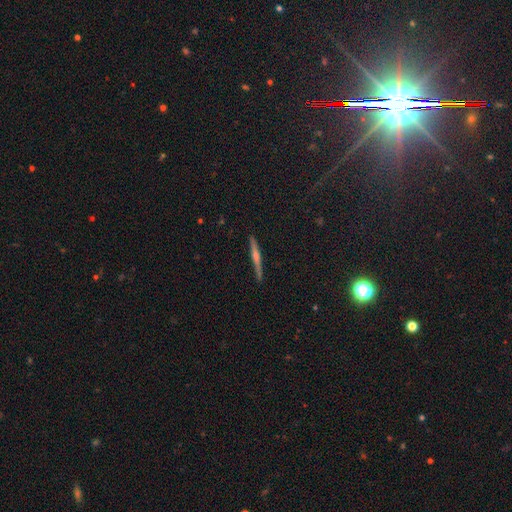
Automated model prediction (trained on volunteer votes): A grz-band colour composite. It shows a featured or disk galaxy (71%) viewed edge-on (98%) with a rounded central bulge (73%). Merging: none (91%).